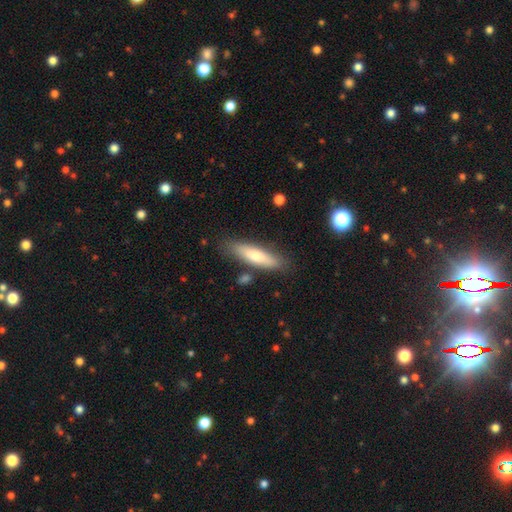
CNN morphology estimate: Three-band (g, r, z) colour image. It shows a smooth galaxy with no disk features (66%) that is cigar-shaped (75%). Merging: none (83%).